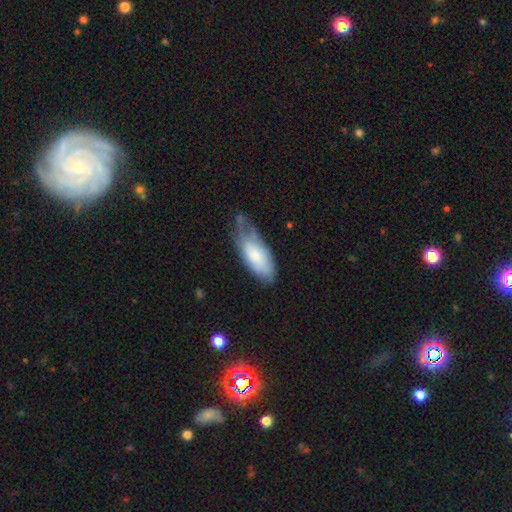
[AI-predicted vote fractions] The model was most divided on "merging": minor disturbance: 41%, none: 36%, major disturbance: 20%, merger: 3%. More confident: how rounded — in between (85%); smooth or featured — smooth (68%).